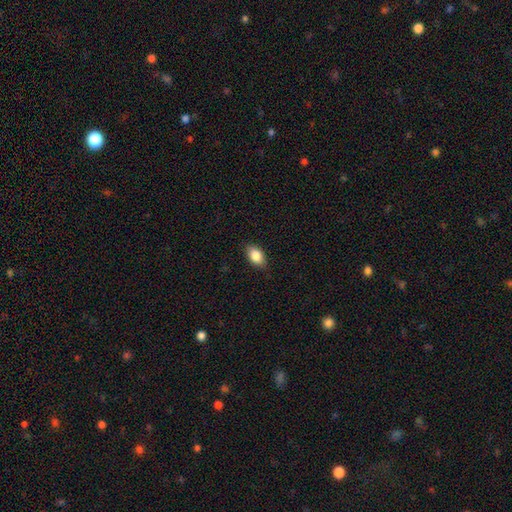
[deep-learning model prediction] Q: Smooth or featured?
A: smooth (86%); runner-up: star or artifact (7%)
Q: How rounded?
A: in between (90%); runner-up: round (8%)
Q: Merging?
A: none (86%); runner-up: minor disturbance (11%)